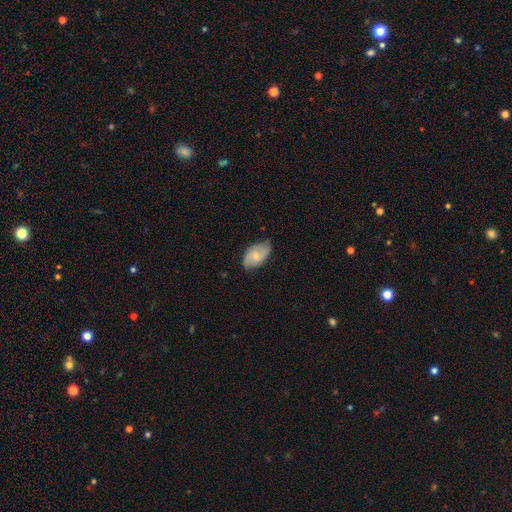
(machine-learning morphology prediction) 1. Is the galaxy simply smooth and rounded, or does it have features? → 57% smooth, 36% featured or disk, 7% star or artifact.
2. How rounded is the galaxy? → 93% in between, 5% round, 2% cigar-shaped.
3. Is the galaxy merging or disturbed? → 64% none, 29% minor disturbance, 5% major disturbance, 1% merger.